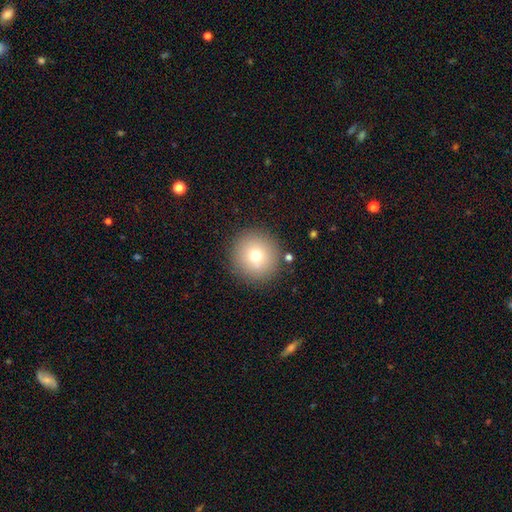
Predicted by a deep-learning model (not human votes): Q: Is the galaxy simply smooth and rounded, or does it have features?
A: smooth — 74%.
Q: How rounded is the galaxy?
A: round — 95%.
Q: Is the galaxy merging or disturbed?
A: none — 88%.